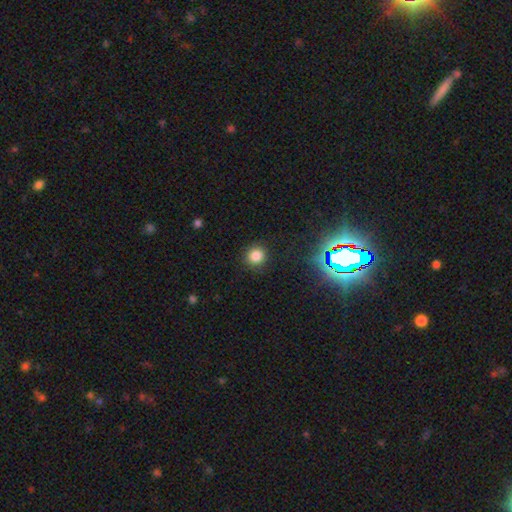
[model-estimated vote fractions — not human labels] This is clearly a smooth galaxy (81%). How rounded: clearly round (91%). Merging: clearly none (89%).